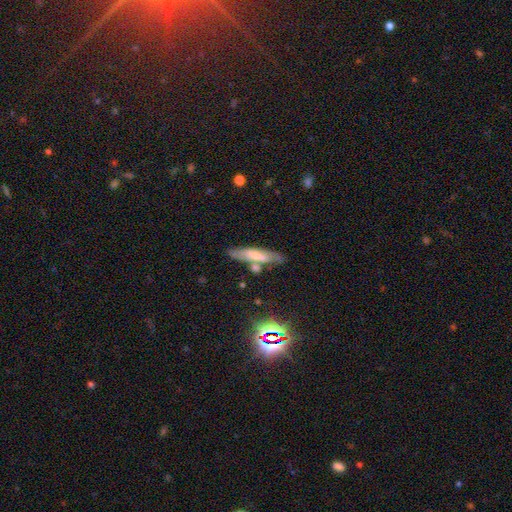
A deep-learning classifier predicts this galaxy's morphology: A smooth galaxy with no disk features (55%) that is cigar-shaped (74%). Merging: none (65%).